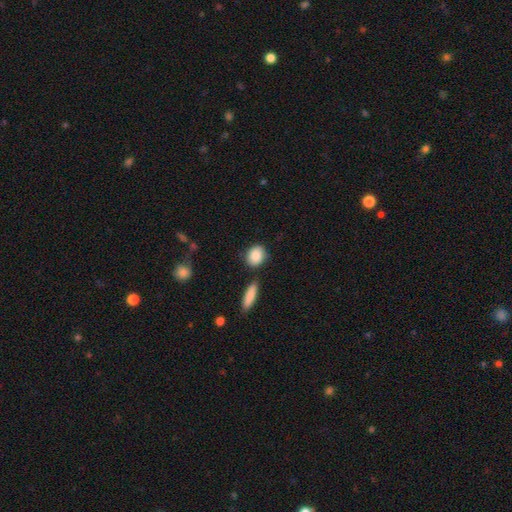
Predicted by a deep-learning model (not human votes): A smooth galaxy with no disk features (87%) that is in between round and cigar-shaped (49%). Merging: none (77%).